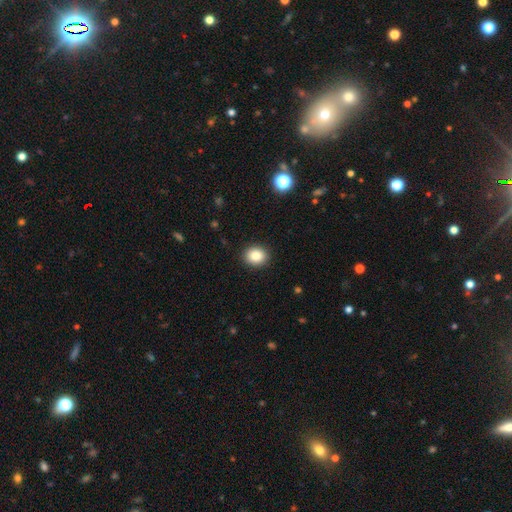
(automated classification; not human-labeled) A smooth galaxy with no disk features (86%) that is round (63%).

Vote fractions:
- Smooth or featured? smooth: 86% / star or artifact: 9% / featured or disk: 5%
- How rounded? round: 63% / in between: 36% / cigar-shaped: 1%
- Merging? none: 91% / minor disturbance: 6% / major disturbance: 2% / merger: 1%